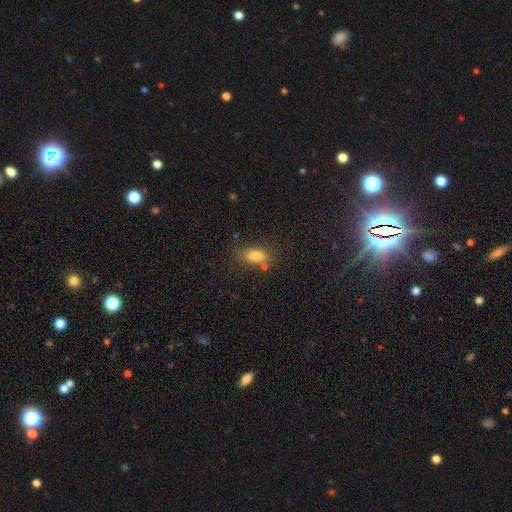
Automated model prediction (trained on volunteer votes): This appears to be a smooth galaxy with no disk features (80%) that is in between round and cigar-shaped (84%). Merging: none (71%).